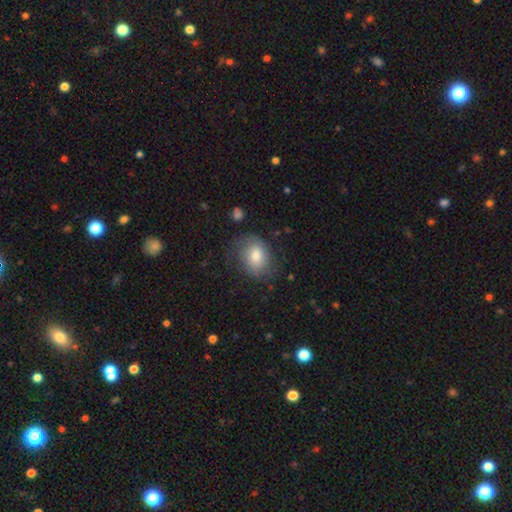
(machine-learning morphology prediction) type=smooth (69%); roundness=in between (59%); merging=none (64%).